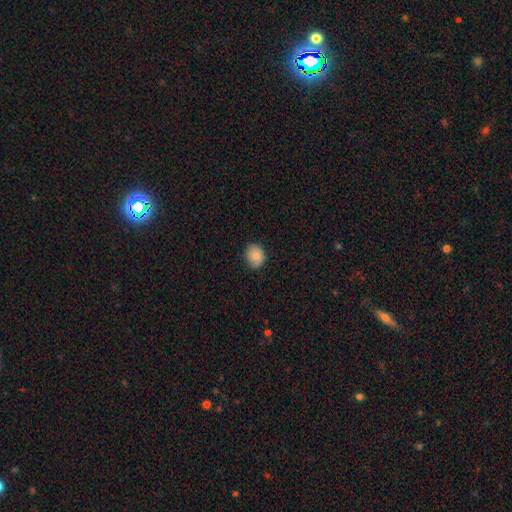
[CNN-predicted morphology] type=smooth (82%); roundness=round (58%); merging=none (79%).